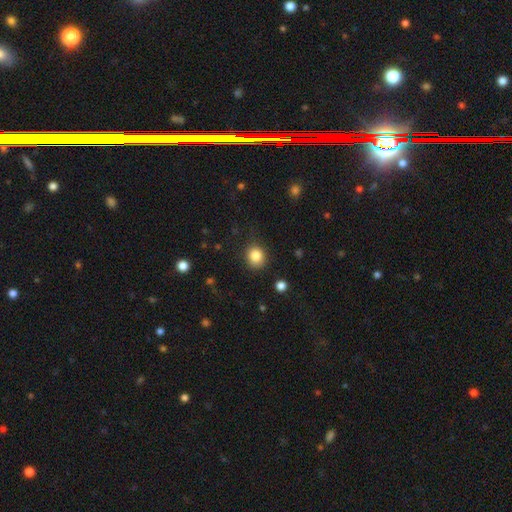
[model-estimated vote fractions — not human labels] The model was most divided on "how rounded": round: 75%, in between: 24%, cigar-shaped: 1%. More confident: merging — none (85%); smooth or featured — smooth (84%).